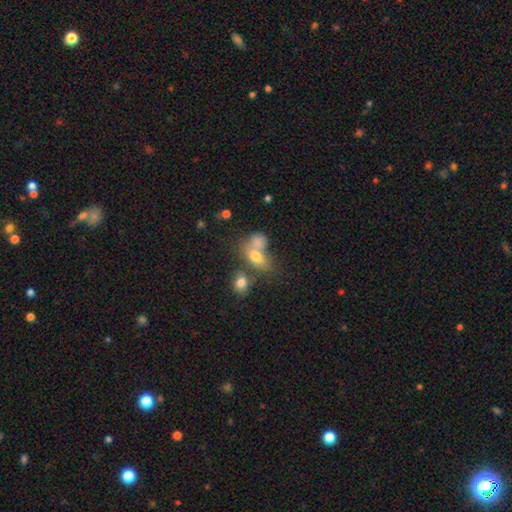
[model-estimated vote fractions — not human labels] A smooth galaxy with no disk features (60%) that is in between round and cigar-shaped (56%). Merging: merger (56%).